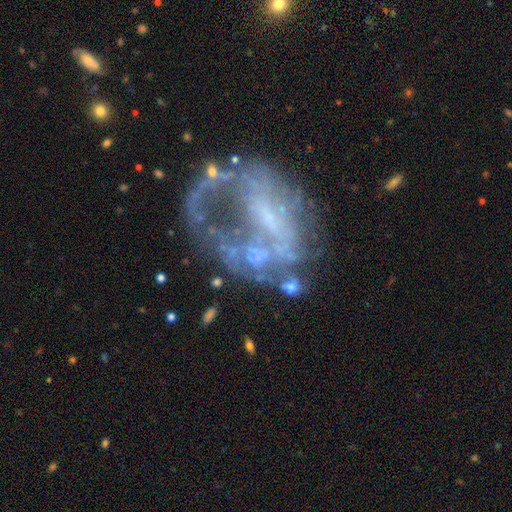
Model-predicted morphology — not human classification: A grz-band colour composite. It shows a featured or disk galaxy (64%) with no bar (65%), no spiral arms (53%) and no central bulge (51%). Merging: none (39%).